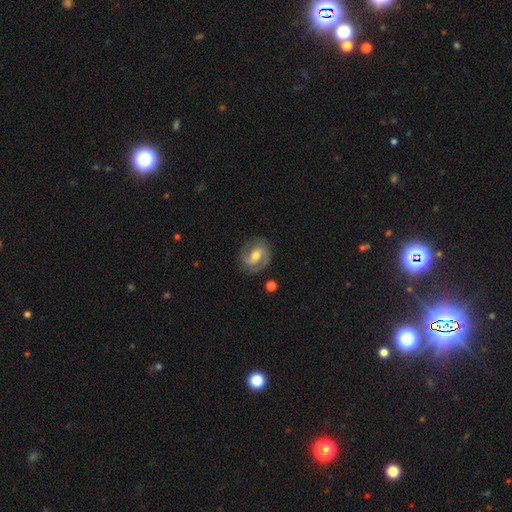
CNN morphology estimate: Smooth or featured?
  - featured or disk: 77% *
  - smooth: 18%
  - star or artifact: 6%
Edge-on disk?
  - no: 97% *
  - yes: 3%
Bar?
  - weak: 47% *
  - strong: 27%
  - no: 26%
Spiral arms?
  - yes: 92% *
  - no: 8%
Spiral winding?
  - medium: 48% *
  - tight: 34%
  - loose: 18%
Spiral arm count?
  - 2: 84% *
  - can't tell: 7%
  - 1: 4%
  - 3: 3%
  - 4: 1%
  - more than 4: 1%
Bulge size?
  - moderate: 65% *
  - small: 27%
  - large: 5%
  - none: 1%
  - dominant: 1%
Merging?
  - none: 79% *
  - minor disturbance: 14%
  - major disturbance: 5%
  - merger: 2%